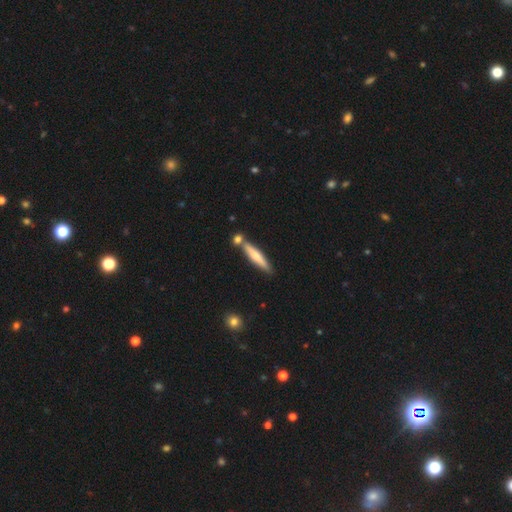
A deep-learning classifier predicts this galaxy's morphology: Smooth or featured: smooth — 60% (featured or disk — 34%)
How rounded: cigar-shaped — 88% (in between — 10%)
Merging: none — 69% (merger — 16%)